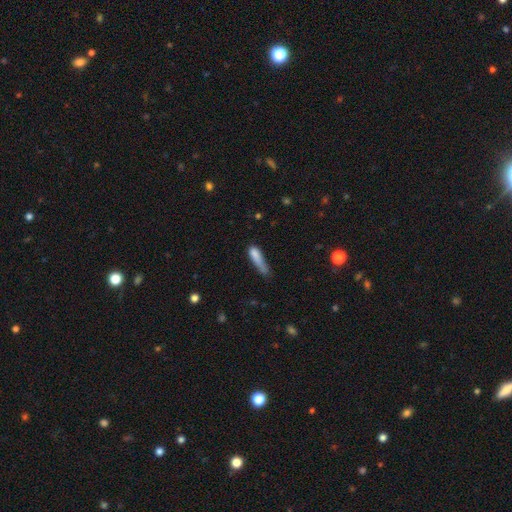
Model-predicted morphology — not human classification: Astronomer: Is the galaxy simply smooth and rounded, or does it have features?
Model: smooth — 76%.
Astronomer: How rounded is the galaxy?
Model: cigar-shaped — 73%.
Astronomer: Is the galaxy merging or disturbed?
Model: minor disturbance — 35% (runner-up: none, 31%).